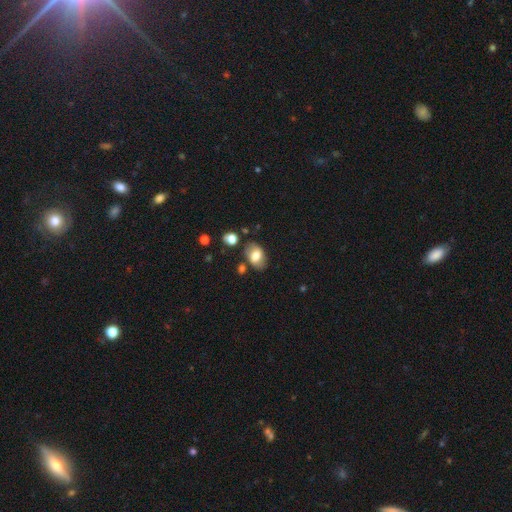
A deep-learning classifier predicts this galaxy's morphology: The model was most divided on "smooth or featured": smooth: 67%, featured or disk: 24%, star or artifact: 8%. More confident: how rounded — in between (86%); merging — none (74%).